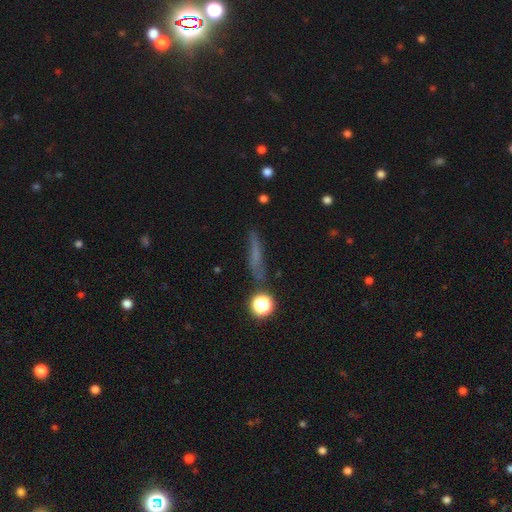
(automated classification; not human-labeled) Overall: smooth (54%; featured or disk 28%). How rounded: cigar-shaped (80%). Merging: none (75%).